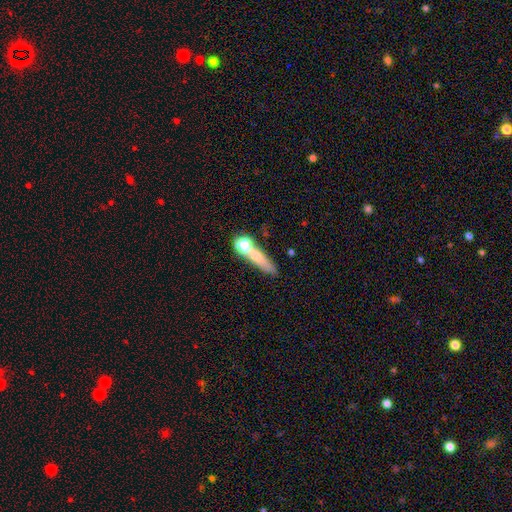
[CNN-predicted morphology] A smooth galaxy with no disk features (58%) that is cigar-shaped (59%). Merging: none (47%).